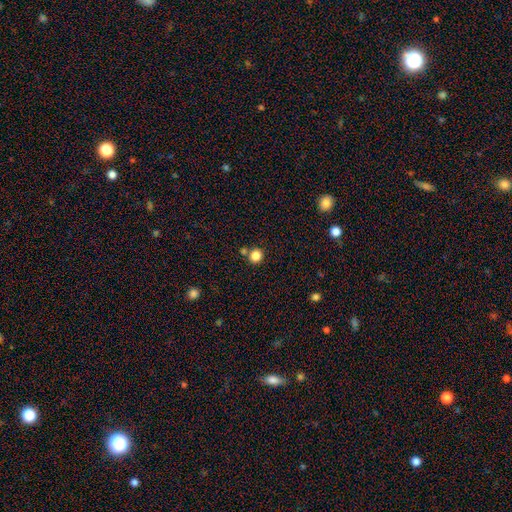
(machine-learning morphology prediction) smooth-or-featured: smooth: 84% | star or artifact: 12% | featured or disk: 4%
  how-rounded: round: 92% | in between: 7% | cigar-shaped: 1%
  merging: none: 75% | merger: 15% | minor disturbance: 7% | major disturbance: 3%